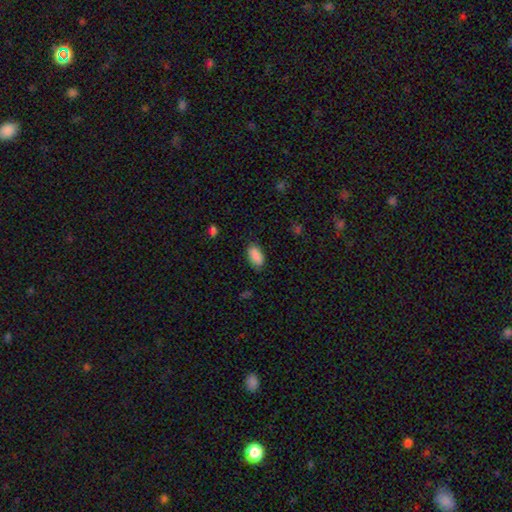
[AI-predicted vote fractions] Smooth or featured? Predicted: smooth (p=0.89). How rounded? Predicted: in between (p=0.92). Merging? Predicted: none (p=0.83).